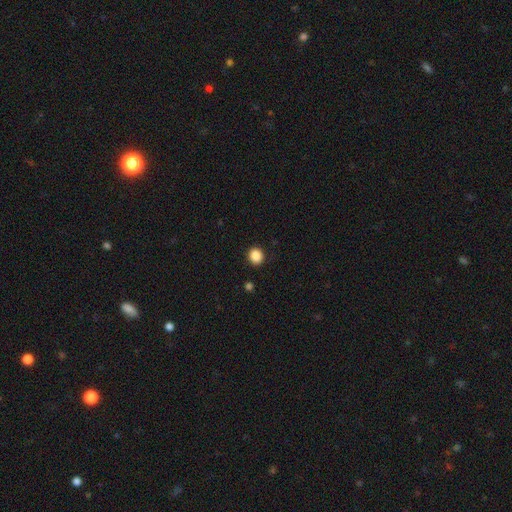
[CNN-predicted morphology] Smooth or featured? Predicted: smooth (p=0.87). How rounded? Predicted: round (p=0.78). Merging? Predicted: none (p=0.91).